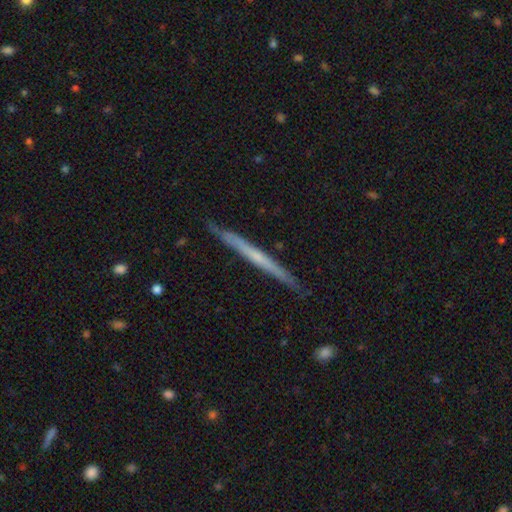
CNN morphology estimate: Smooth or featured: featured or disk — 59% (smooth — 35%)
Edge-on disk: yes — 97% (no — 3%)
Edge-on bulge: none — 75% (rounded — 20%)
Merging: none — 87% (minor disturbance — 10%)